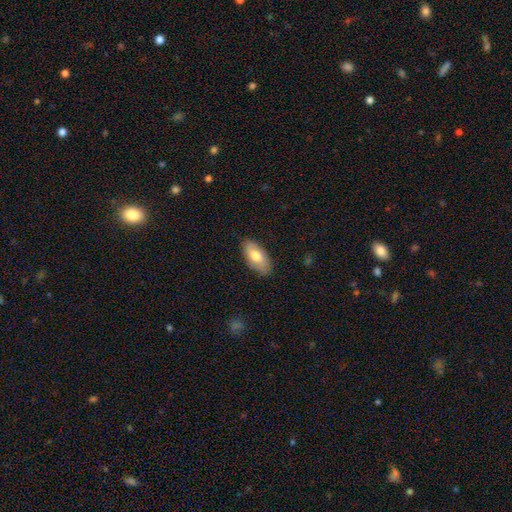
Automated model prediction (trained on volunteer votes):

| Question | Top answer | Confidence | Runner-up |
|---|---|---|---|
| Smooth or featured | smooth | 72% | featured or disk (22%) |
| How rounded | in between | 90% | cigar-shaped (7%) |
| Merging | none | 83% | minor disturbance (13%) |